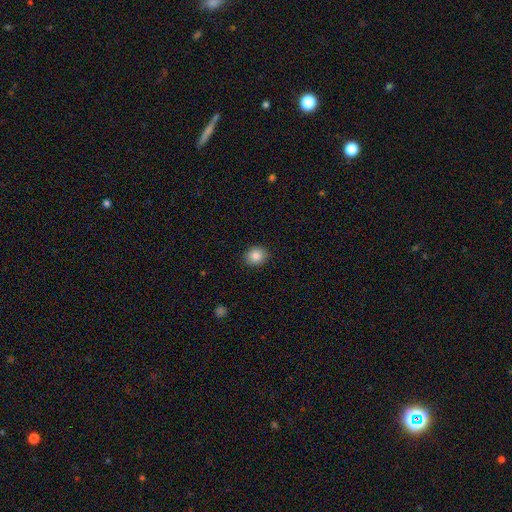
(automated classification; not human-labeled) This is clearly a smooth galaxy (86%). How rounded: likely round (68%). Merging: clearly none (90%).